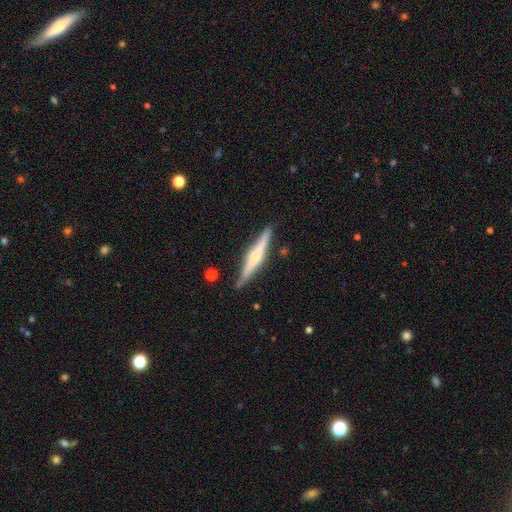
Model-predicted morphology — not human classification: Smooth or featured? featured or disk (70%)
Edge-on disk? yes (98%)
Edge-on bulge? rounded (76%)
Merging? none (87%)